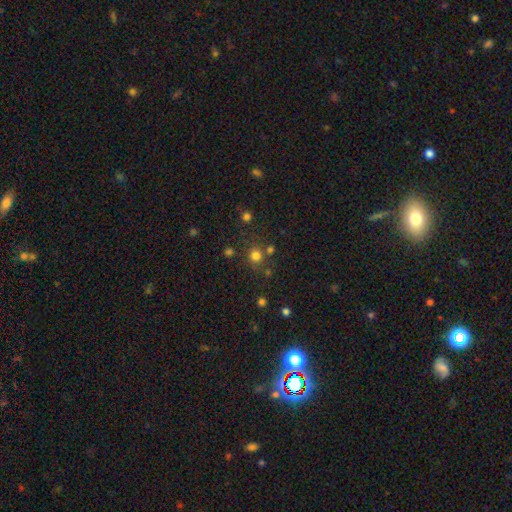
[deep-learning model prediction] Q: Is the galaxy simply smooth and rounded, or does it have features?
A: smooth — 76%.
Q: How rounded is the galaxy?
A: round — 87%.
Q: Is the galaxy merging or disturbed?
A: none — 74%.